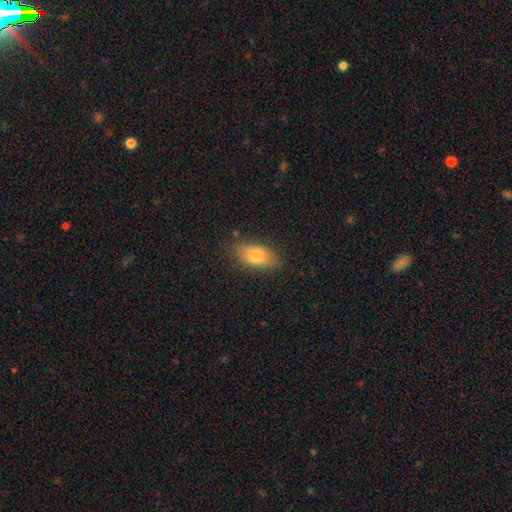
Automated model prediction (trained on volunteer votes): smooth 75%, featured or disk 17%, star or artifact 8%. Down the decision tree: how rounded — in between (85%); merging — none (79%).